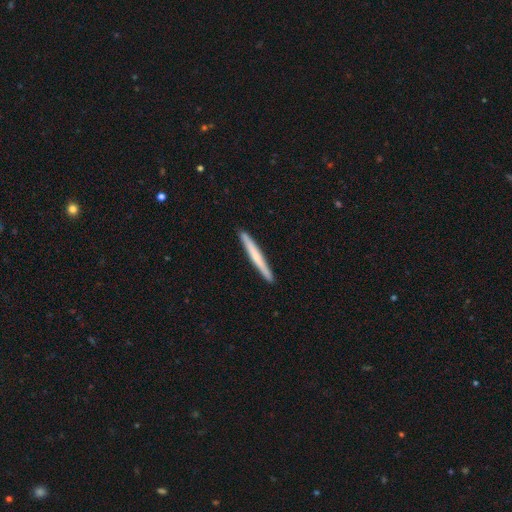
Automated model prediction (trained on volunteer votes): This is possibly a smooth galaxy (55%). How rounded: clearly cigar-shaped (97%). Merging: clearly none (92%).